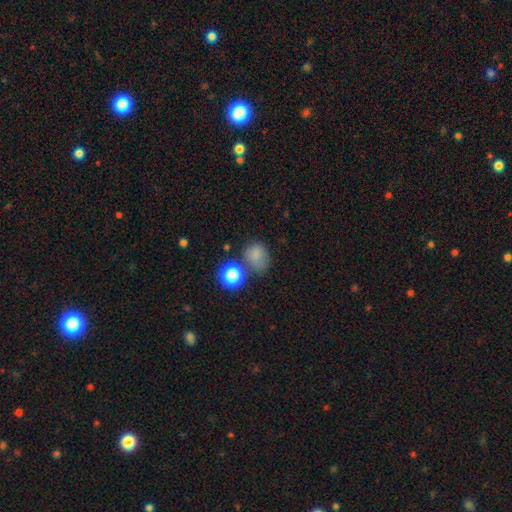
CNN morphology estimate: Smooth or featured: smooth — 75% (star or artifact — 18%)
How rounded: round — 63% (in between — 36%)
Merging: none — 56% (minor disturbance — 21%)